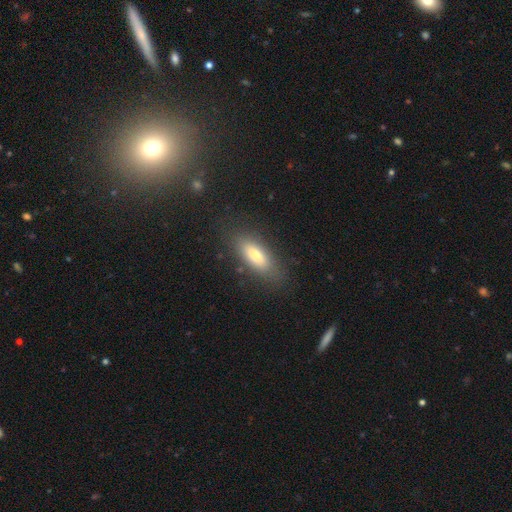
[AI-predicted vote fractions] Overall: smooth (74%). How rounded: in between (76%). Merging: none (80%).